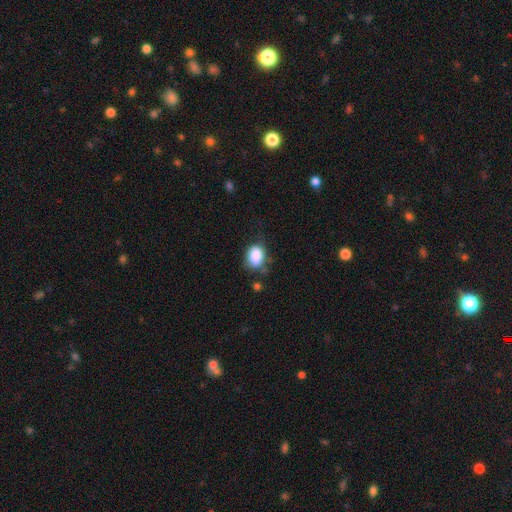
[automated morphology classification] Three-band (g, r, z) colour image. It shows a smooth galaxy with no disk features (85%) that is in between round and cigar-shaped (65%). Merging: none (54%).